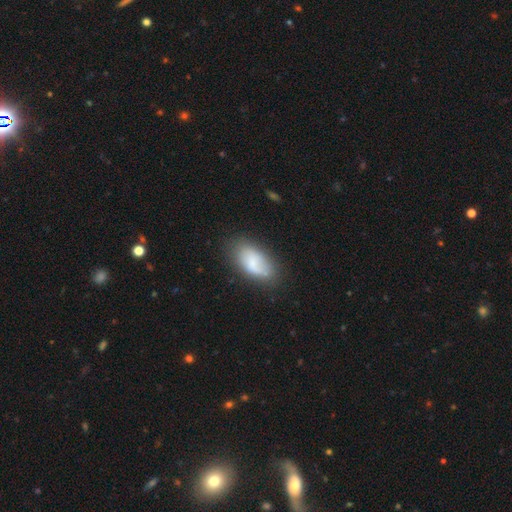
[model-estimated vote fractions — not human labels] This is likely a smooth galaxy (75%). How rounded: clearly in between (92%). Merging: likely none (80%).